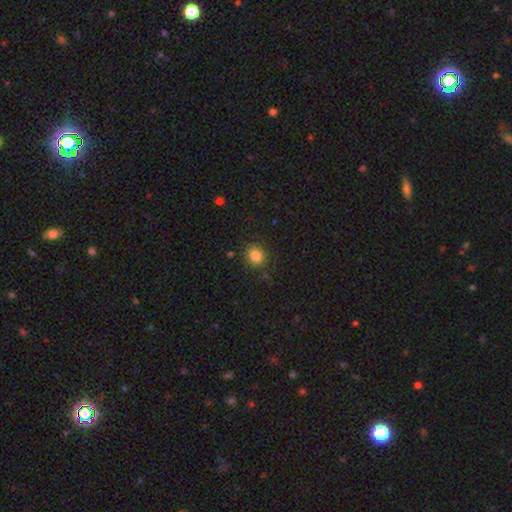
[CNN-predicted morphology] A smooth galaxy with no disk features (83%) that is round (80%).

Vote fractions:
- Smooth or featured? smooth: 83% / star or artifact: 11% / featured or disk: 5%
- How rounded? round: 80% / in between: 19% / cigar-shaped: 1%
- Merging? none: 87% / minor disturbance: 9% / major disturbance: 3% / merger: 2%